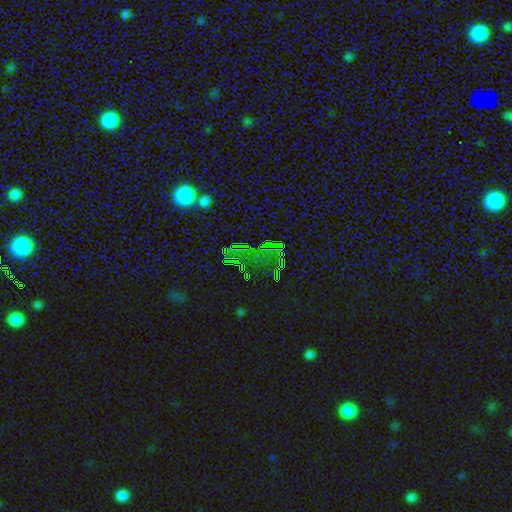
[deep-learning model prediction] Morphology: type=star or artifact (75%).